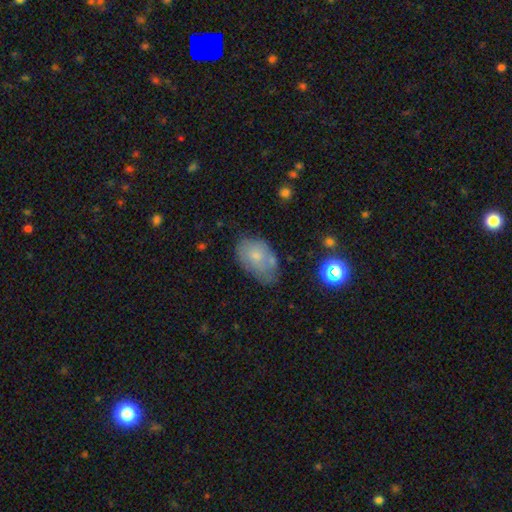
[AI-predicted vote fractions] Smooth or featured? smooth (66%)
How rounded? in between (87%)
Merging? none (44%)